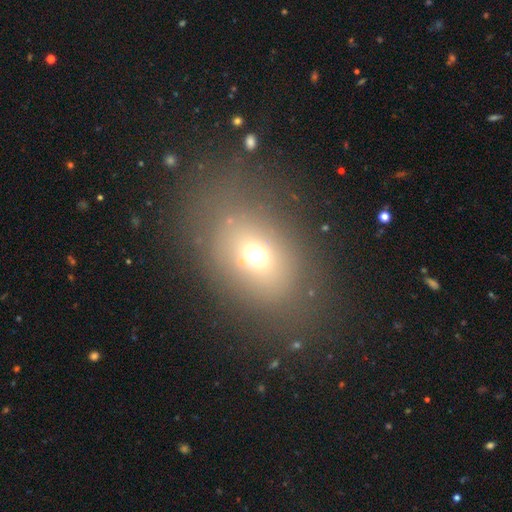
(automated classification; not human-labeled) smooth_or_featured: smooth (p=0.65) [alt: star or artifact p=0.19]
how_rounded: in between (p=0.71) [alt: round p=0.28]
merging: none (p=0.68) [alt: minor disturbance p=0.14]